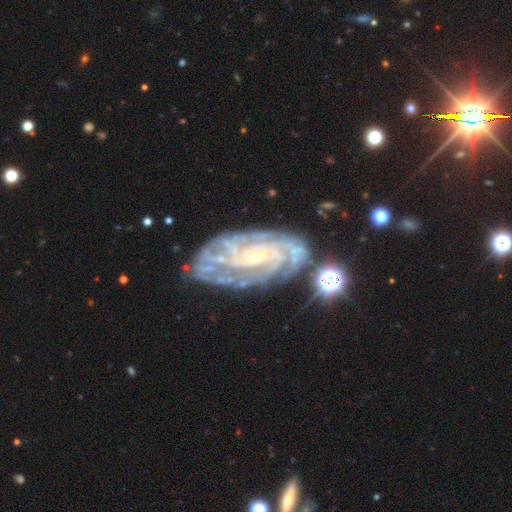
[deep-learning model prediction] Smooth or featured? Predicted: featured or disk (p=0.89). Edge-on disk? Predicted: no (p=0.96). Bar? Predicted: no (p=0.60). Spiral arms? Predicted: yes (p=0.98). Spiral winding? Predicted: tight (p=0.74). Spiral arm count? Predicted: 4 (p=0.27). Bulge size? Predicted: small (p=0.81). Merging? Predicted: none (p=0.73).